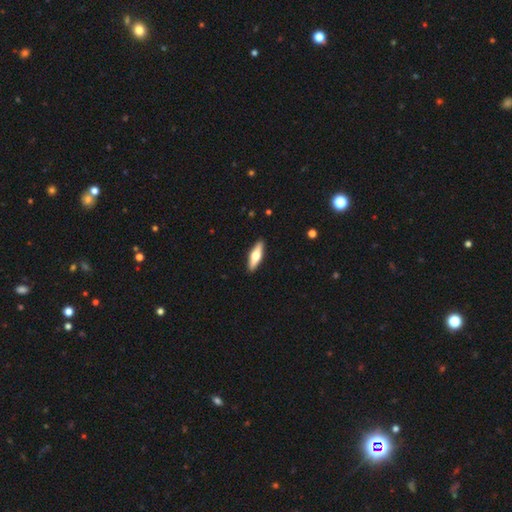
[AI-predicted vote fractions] Morphology: type=smooth (50%); roundness=cigar-shaped (61%); merging=none (91%).